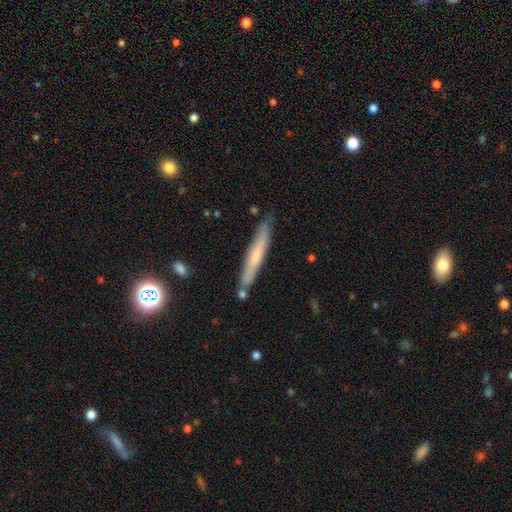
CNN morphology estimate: The model was most divided on "smooth or featured": smooth: 51%, featured or disk: 42%, star or artifact: 7%. More confident: how rounded — cigar-shaped (94%); merging — none (80%).